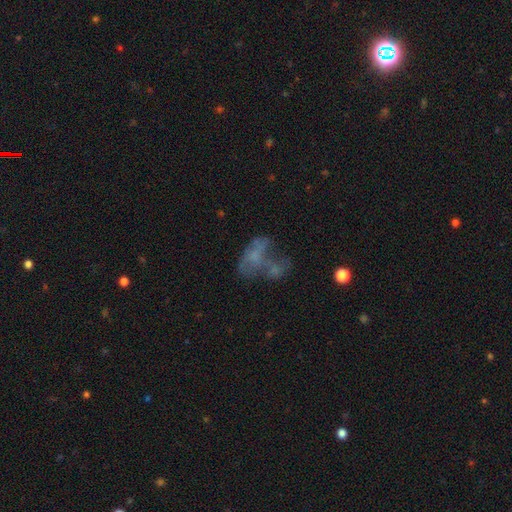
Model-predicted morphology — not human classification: The model was most divided on "smooth or featured": featured or disk: 43%, smooth: 41%, star or artifact: 16%. Remaining: merging — merger (43%).